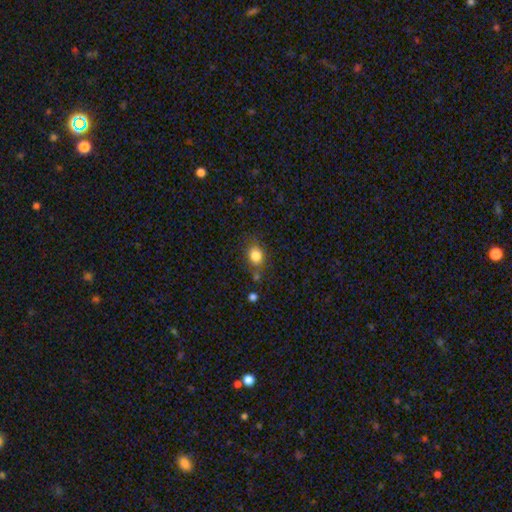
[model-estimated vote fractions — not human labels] A smooth galaxy with no disk features (83%) that is round (60%). Merging: none (73%).